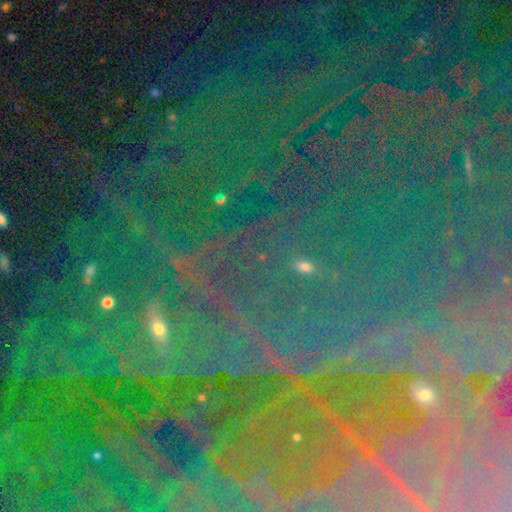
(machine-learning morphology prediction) Smooth or featured? Predicted: star or artifact (p=0.85).